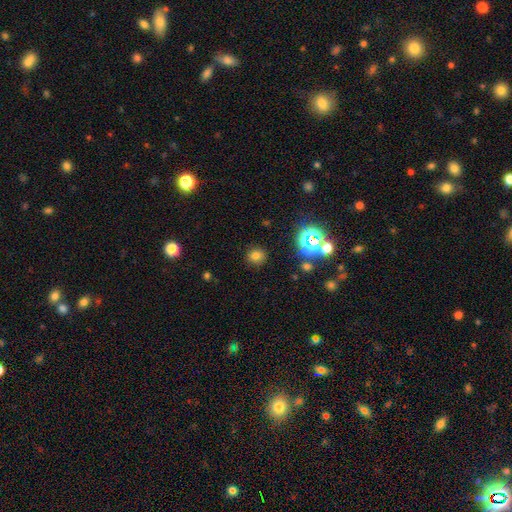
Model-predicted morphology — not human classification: Smooth or featured: smooth — 72% (star or artifact — 21%)
How rounded: round — 86% (in between — 13%)
Merging: none — 88% (minor disturbance — 8%)